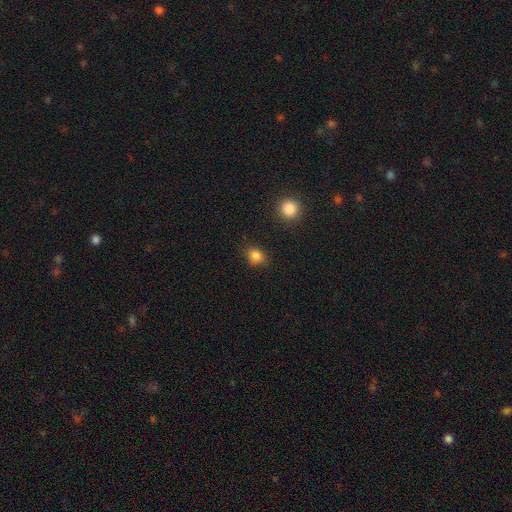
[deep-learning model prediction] Overall: smooth (84%). How rounded: in between (50%; round 48%). Merging: none (80%).